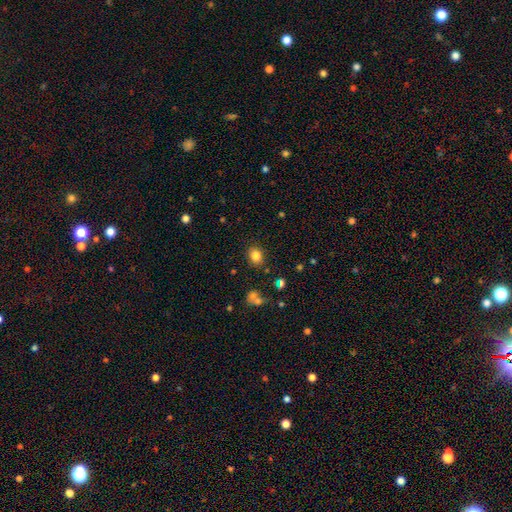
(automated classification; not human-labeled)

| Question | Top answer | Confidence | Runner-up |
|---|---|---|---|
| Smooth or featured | smooth | 83% | star or artifact (11%) |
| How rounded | round | 59% | in between (40%) |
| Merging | none | 85% | minor disturbance (9%) |